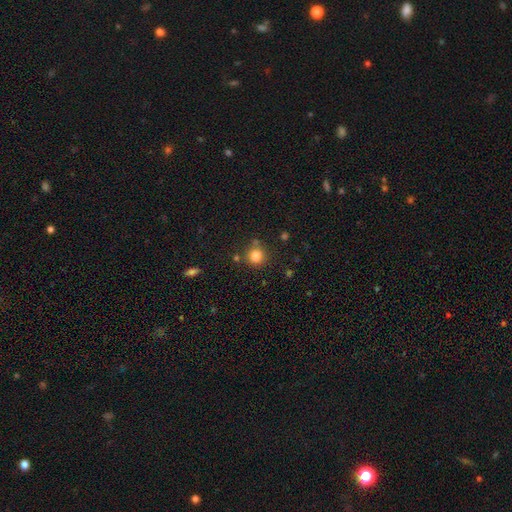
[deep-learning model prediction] Overall: smooth (82%). How rounded: round (91%). Merging: none (78%).